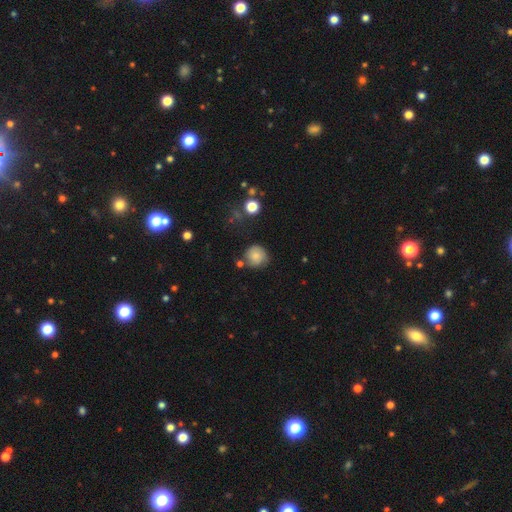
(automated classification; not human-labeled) smooth-or-featured: smooth: 78% | featured or disk: 12% | star or artifact: 10%
  how-rounded: round: 90% | in between: 9% | cigar-shaped: 1%
  merging: none: 72% | minor disturbance: 17% | merger: 7% | major disturbance: 5%